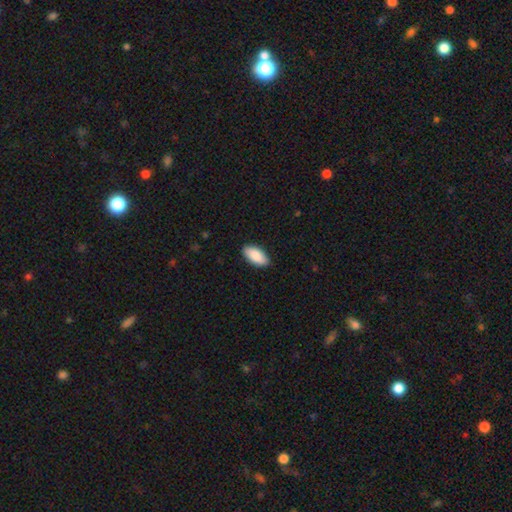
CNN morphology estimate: The model was most divided on "merging": none: 89%, minor disturbance: 9%, major disturbance: 2%, merger: 1%. More confident: how rounded — in between (93%); smooth or featured — smooth (88%).